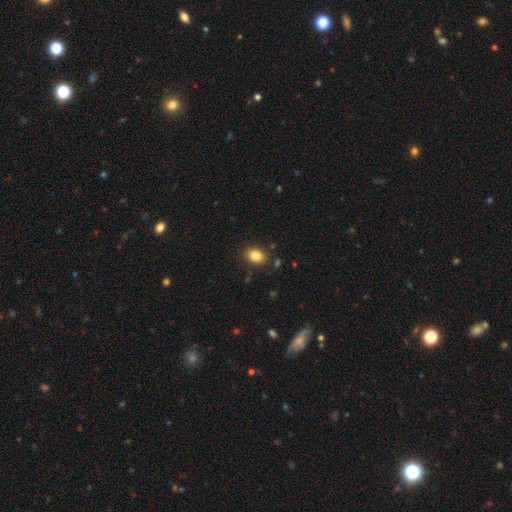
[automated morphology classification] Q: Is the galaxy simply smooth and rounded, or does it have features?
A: smooth — 83%.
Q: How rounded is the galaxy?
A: in between — 58%.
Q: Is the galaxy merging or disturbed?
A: none — 87%.